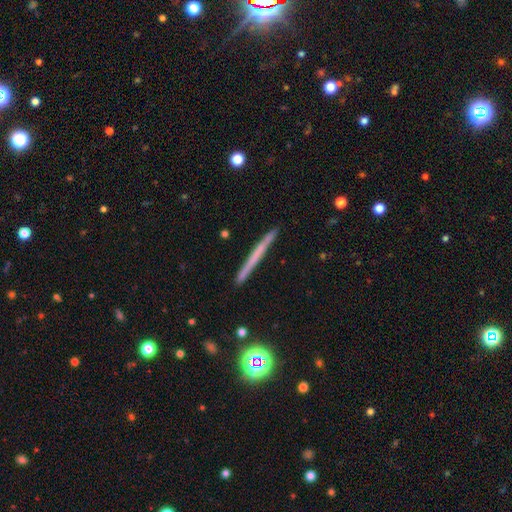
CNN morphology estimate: Smooth or featured?
  - featured or disk: 47% *
  - smooth: 45%
  - star or artifact: 8%
Merging?
  - none: 91% *
  - minor disturbance: 6%
  - major disturbance: 1%
  - merger: 1%